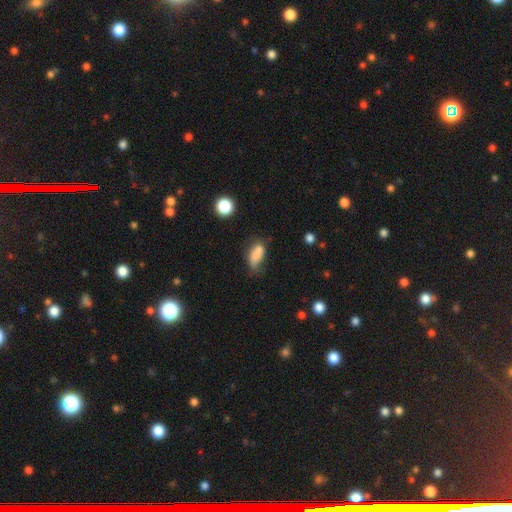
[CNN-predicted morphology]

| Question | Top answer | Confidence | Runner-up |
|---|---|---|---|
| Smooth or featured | smooth | 78% | featured or disk (12%) |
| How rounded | in between | 84% | cigar-shaped (11%) |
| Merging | none | 40% | minor disturbance (36%) |